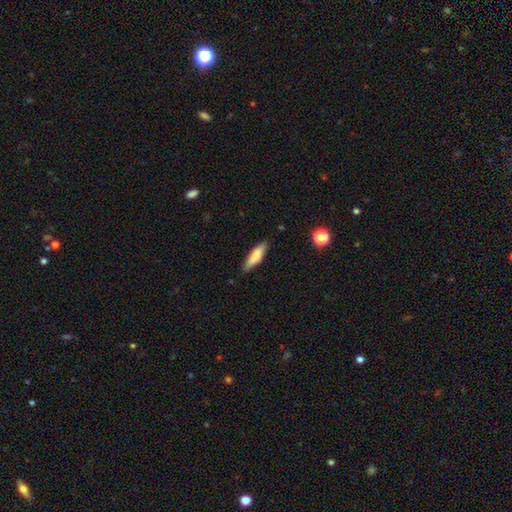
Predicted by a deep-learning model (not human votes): smooth-or-featured: smooth: 81% | featured or disk: 12% | star or artifact: 6%
  how-rounded: cigar-shaped: 66% | in between: 32% | round: 2%
  merging: none: 82% | minor disturbance: 14% | major disturbance: 2% | merger: 1%